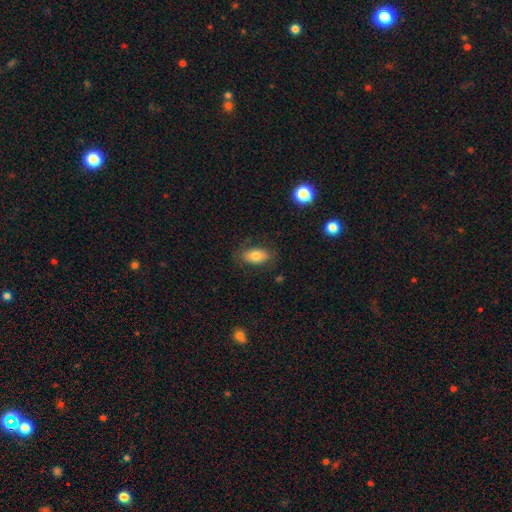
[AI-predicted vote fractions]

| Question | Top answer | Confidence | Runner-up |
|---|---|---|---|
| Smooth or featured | smooth | 78% | featured or disk (14%) |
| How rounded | in between | 91% | round (6%) |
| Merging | none | 80% | minor disturbance (14%) |